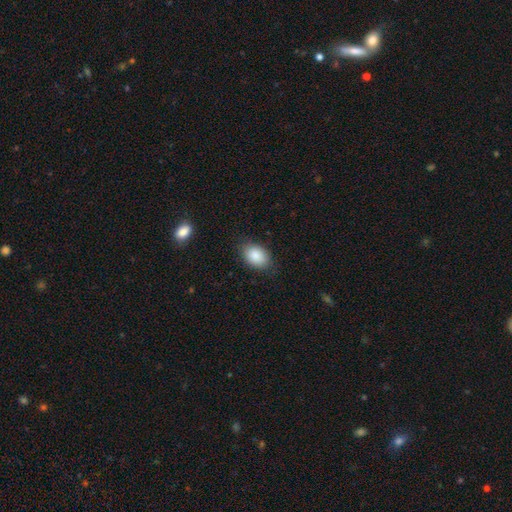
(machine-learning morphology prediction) A smooth galaxy with no disk features (88%) that is in between round and cigar-shaped (84%). Merging: none (82%).